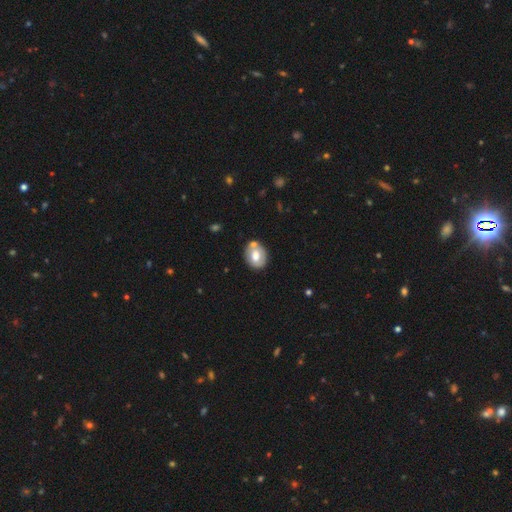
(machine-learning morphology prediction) type=smooth (60%); roundness=in between (55%); merging=none (65%).